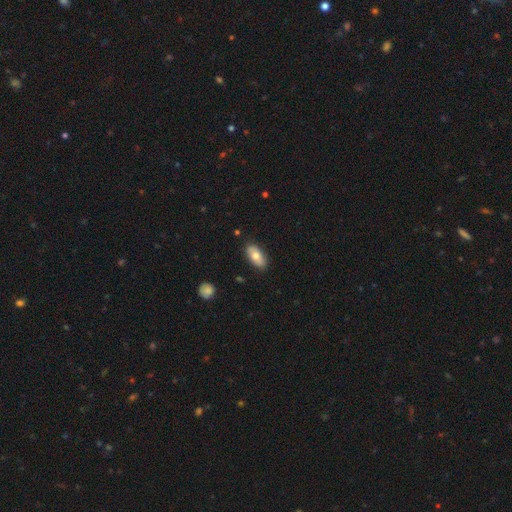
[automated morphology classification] Smooth or featured? Predicted: smooth (p=0.74). How rounded? Predicted: in between (p=0.91). Merging? Predicted: none (p=0.85).